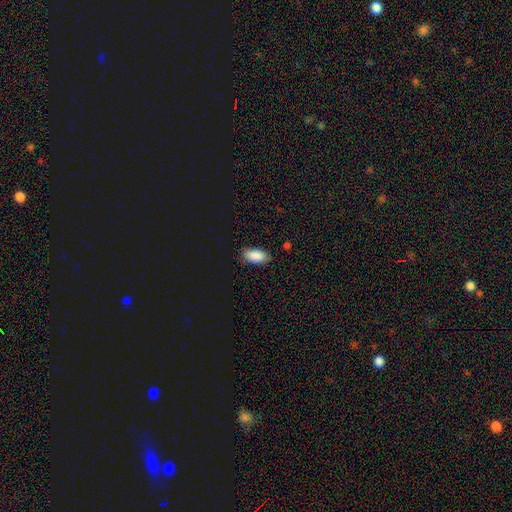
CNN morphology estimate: Smooth or featured? smooth (89%)
How rounded? in between (92%)
Merging? none (84%)